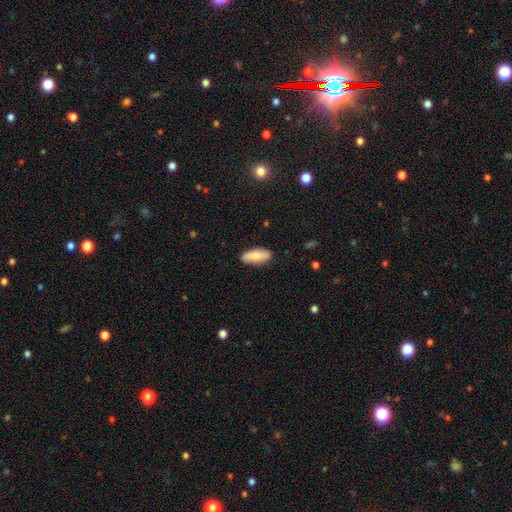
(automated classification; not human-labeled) Smooth or featured? Predicted: smooth (p=0.76). How rounded? Predicted: in between (p=0.79). Merging? Predicted: none (p=0.88).